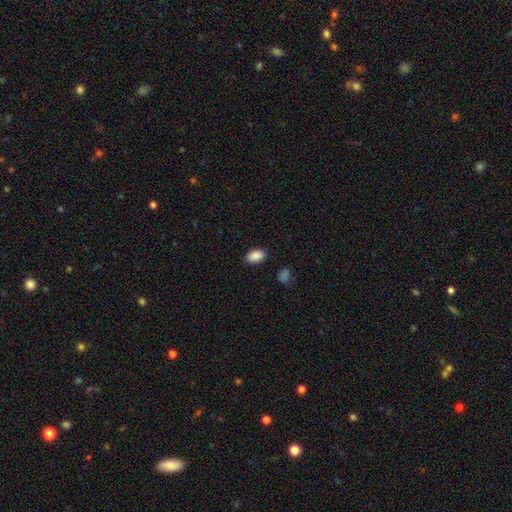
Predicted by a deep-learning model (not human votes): A smooth galaxy with no disk features (89%) that is in between round and cigar-shaped (91%). Merging: none (87%).